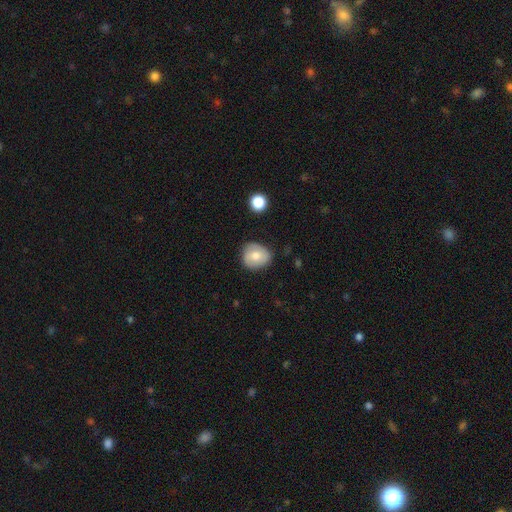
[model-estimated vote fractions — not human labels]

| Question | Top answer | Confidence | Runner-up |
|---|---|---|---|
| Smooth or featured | smooth | 70% | featured or disk (22%) |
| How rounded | round | 75% | in between (24%) |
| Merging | none | 75% | minor disturbance (19%) |